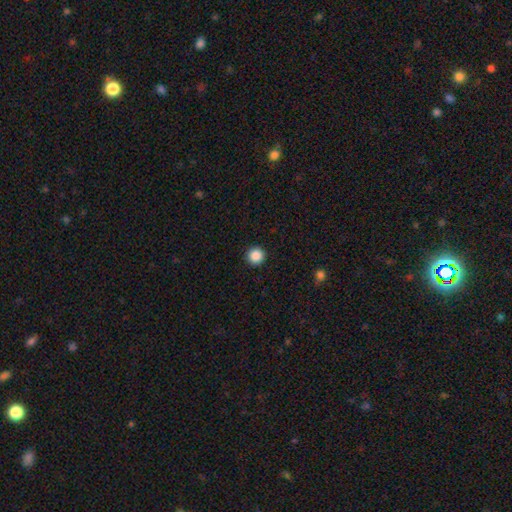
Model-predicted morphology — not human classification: A smooth galaxy with no disk features (88%) that is round (96%). Merging: none (93%).